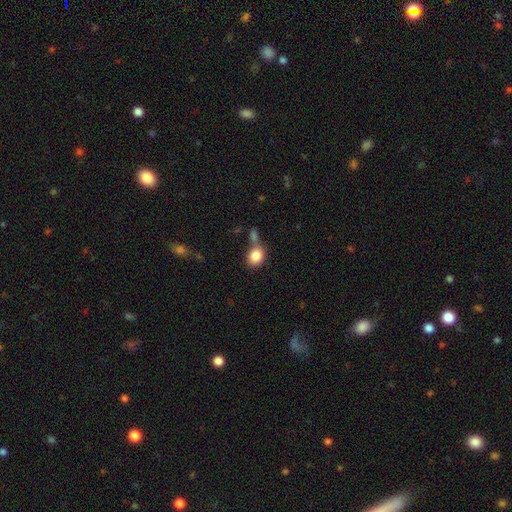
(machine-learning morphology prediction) Smooth or featured? Predicted: smooth (p=0.86). How rounded? Predicted: round (p=0.52). Merging? Predicted: none (p=0.54).